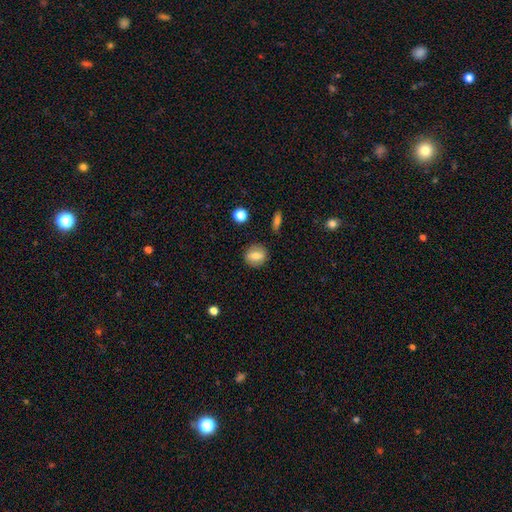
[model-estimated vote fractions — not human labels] Overall: smooth (70%). How rounded: round (67%; in between 30%). Merging: none (85%).